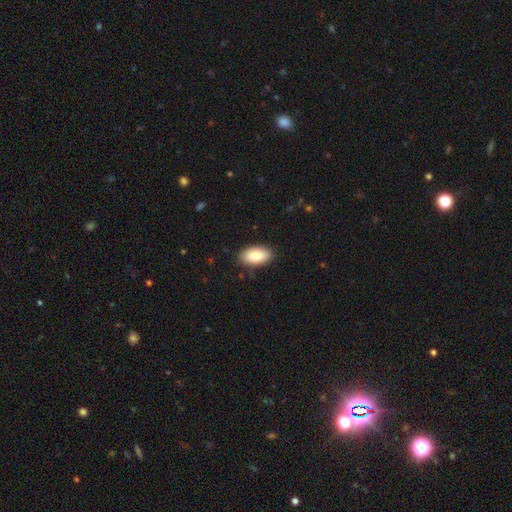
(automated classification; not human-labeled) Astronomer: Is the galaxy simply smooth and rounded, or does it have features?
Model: smooth — 84%.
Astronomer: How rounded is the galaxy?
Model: in between — 95%.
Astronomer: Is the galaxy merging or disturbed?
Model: none — 87%.